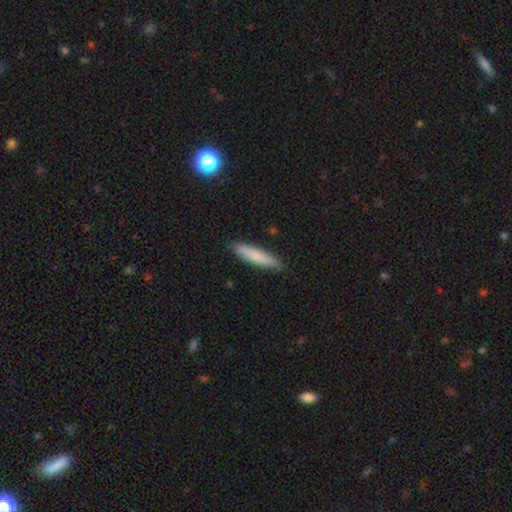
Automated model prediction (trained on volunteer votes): smooth-or-featured: smooth: 77% | featured or disk: 17% | star or artifact: 6%
  how-rounded: cigar-shaped: 86% | in between: 12% | round: 1%
  merging: none: 85% | minor disturbance: 12% | major disturbance: 2% | merger: 1%